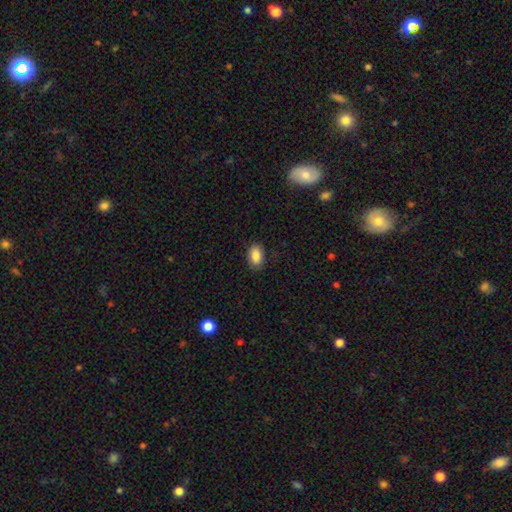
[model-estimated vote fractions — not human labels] Overall: smooth (88%). How rounded: in between (89%). Merging: none (87%).